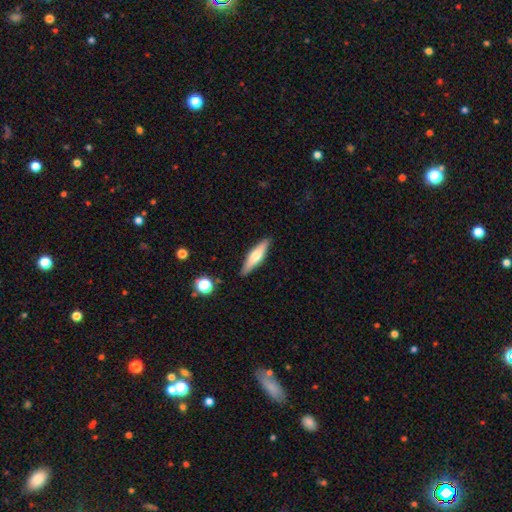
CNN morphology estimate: smooth 52%, featured or disk 42%, star or artifact 6%. Down the decision tree: how rounded — cigar-shaped (72%); merging — none (87%).